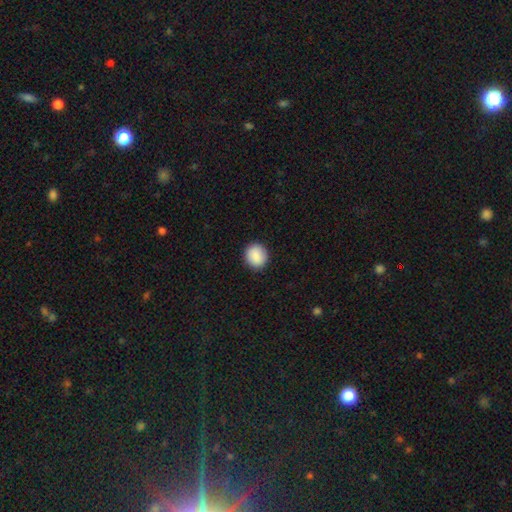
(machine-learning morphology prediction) Q: Smooth or featured?
A: smooth (89%); runner-up: star or artifact (7%)
Q: How rounded?
A: round (85%); runner-up: in between (14%)
Q: Merging?
A: none (91%); runner-up: minor disturbance (7%)